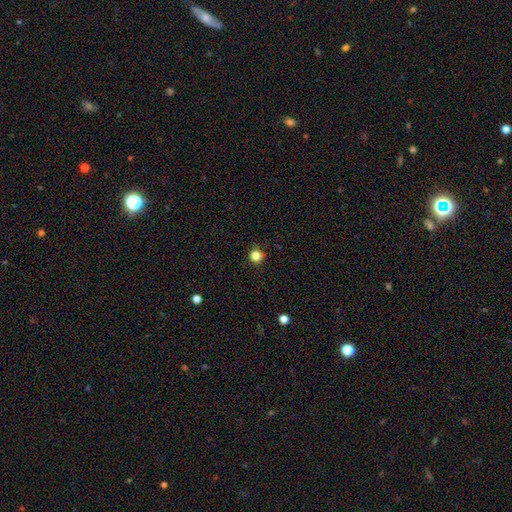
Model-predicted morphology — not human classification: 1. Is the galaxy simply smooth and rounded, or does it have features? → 83% smooth, 13% star or artifact, 4% featured or disk.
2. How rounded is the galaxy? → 93% round, 6% in between, 1% cigar-shaped.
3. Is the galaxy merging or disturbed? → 85% none, 11% minor disturbance, 3% major disturbance, 1% merger.